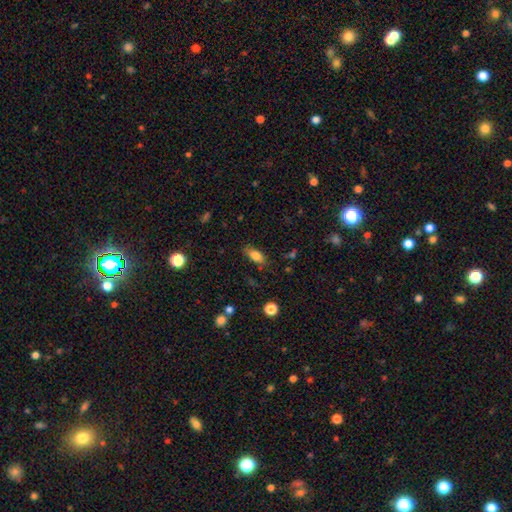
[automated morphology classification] smooth-or-featured: smooth: 80% | featured or disk: 11% | star or artifact: 9%
  how-rounded: in between: 82% | cigar-shaped: 13% | round: 4%
  merging: none: 77% | minor disturbance: 16% | major disturbance: 4% | merger: 2%